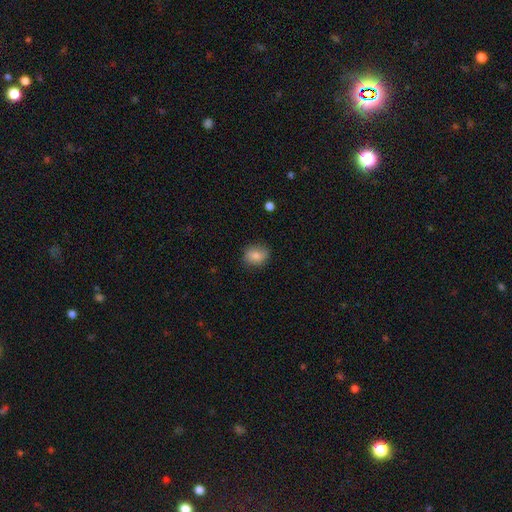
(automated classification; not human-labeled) This is likely a smooth galaxy (80%). How rounded: possibly round (54%). Merging: clearly none (83%).